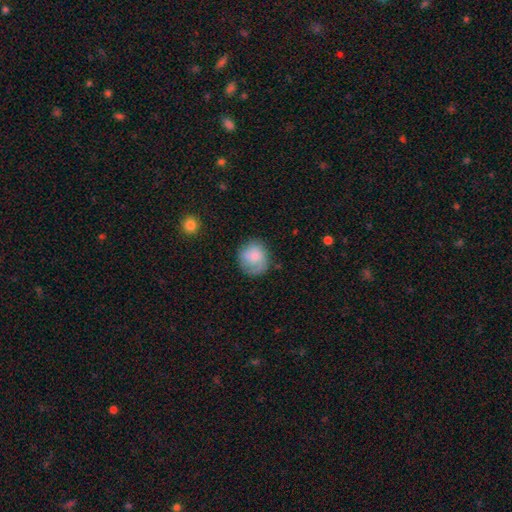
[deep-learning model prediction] Q: Smooth or featured?
A: smooth (78%); runner-up: featured or disk (15%)
Q: How rounded?
A: round (82%); runner-up: in between (17%)
Q: Merging?
A: none (71%); runner-up: minor disturbance (21%)